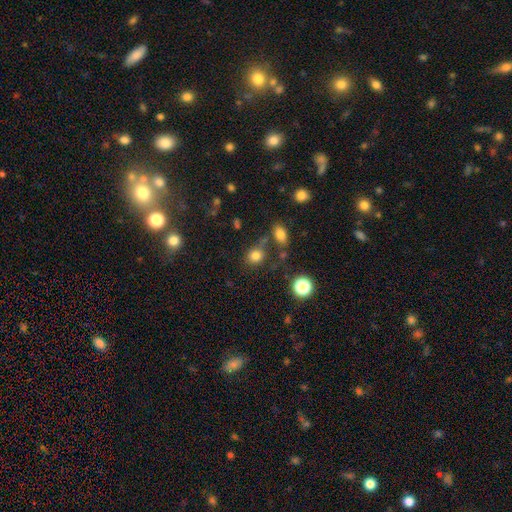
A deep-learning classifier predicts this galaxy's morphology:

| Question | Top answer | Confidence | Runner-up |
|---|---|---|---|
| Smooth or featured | smooth | 80% | star or artifact (14%) |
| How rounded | round | 69% | in between (30%) |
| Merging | none | 65% | minor disturbance (15%) |